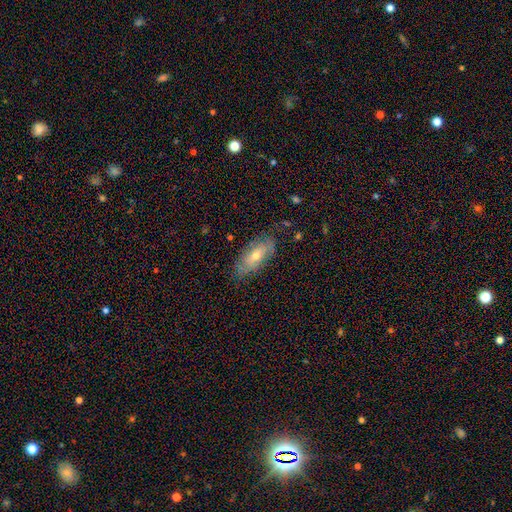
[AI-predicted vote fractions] Overall: featured or disk (48%; smooth 44%). Merging: none (76%).